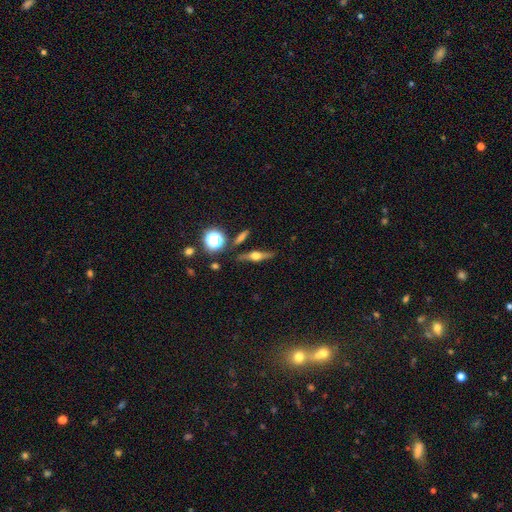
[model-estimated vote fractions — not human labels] The model was most divided on "smooth or featured": featured or disk: 62%, smooth: 28%, star or artifact: 10%. More confident: edge-on bulge — rounded (94%); edge-on disk — yes (93%); merging — none (83%).